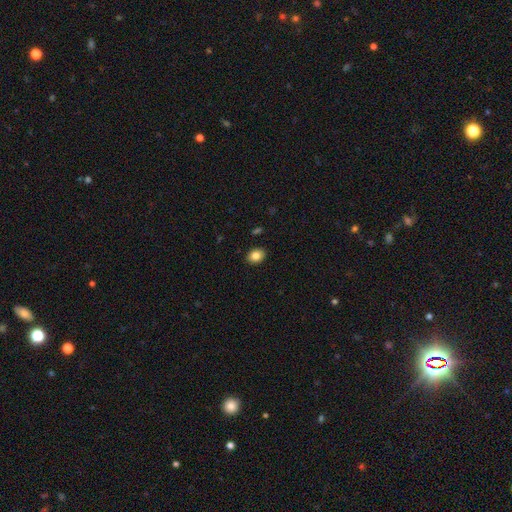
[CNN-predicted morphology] A smooth galaxy with no disk features (84%) that is in between round and cigar-shaped (67%). Merging: none (89%).